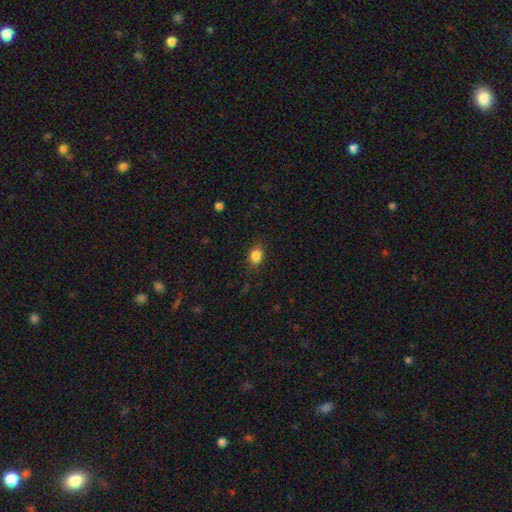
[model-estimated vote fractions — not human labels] A smooth galaxy with no disk features (85%) that is in between round and cigar-shaped (57%).

Vote fractions:
- Smooth or featured? smooth: 85% / star or artifact: 10% / featured or disk: 5%
- How rounded? in between: 57% / round: 41% / cigar-shaped: 1%
- Merging? none: 83% / minor disturbance: 13% / major disturbance: 3% / merger: 1%